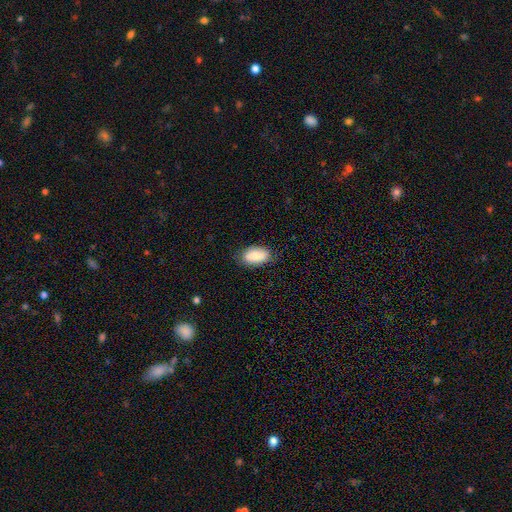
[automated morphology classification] The model was most divided on "merging": none: 80%, minor disturbance: 15%, major disturbance: 3%, merger: 1%. More confident: how rounded — in between (93%); smooth or featured — smooth (87%).